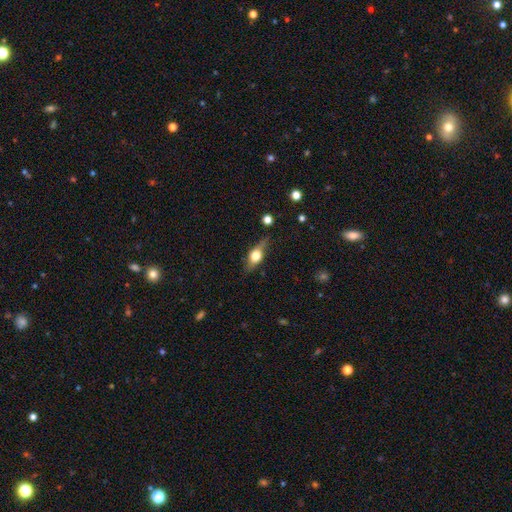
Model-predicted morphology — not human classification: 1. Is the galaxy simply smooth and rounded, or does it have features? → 50% smooth, 43% featured or disk, 8% star or artifact.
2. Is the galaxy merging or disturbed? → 74% none, 19% minor disturbance, 5% major disturbance, 2% merger.